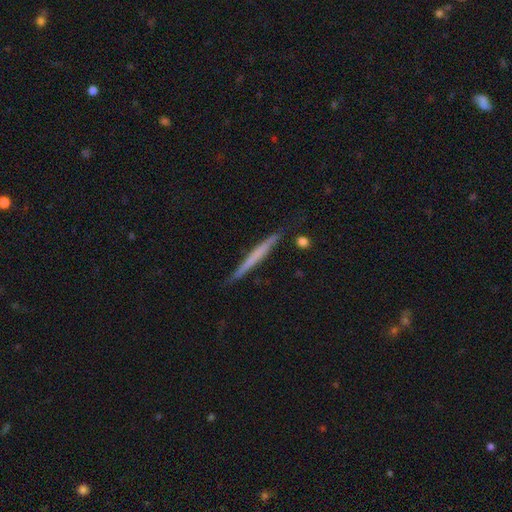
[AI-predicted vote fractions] smooth_or_featured: featured or disk (p=0.48) [alt: smooth p=0.46]
merging: none (p=0.85) [alt: minor disturbance p=0.11]